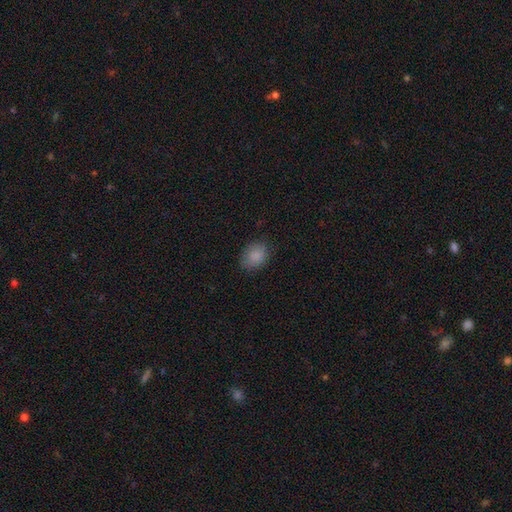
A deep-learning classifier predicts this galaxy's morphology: Smooth or featured: smooth — 87% (star or artifact — 8%)
How rounded: in between — 61% (round — 38%)
Merging: none — 79% (minor disturbance — 16%)